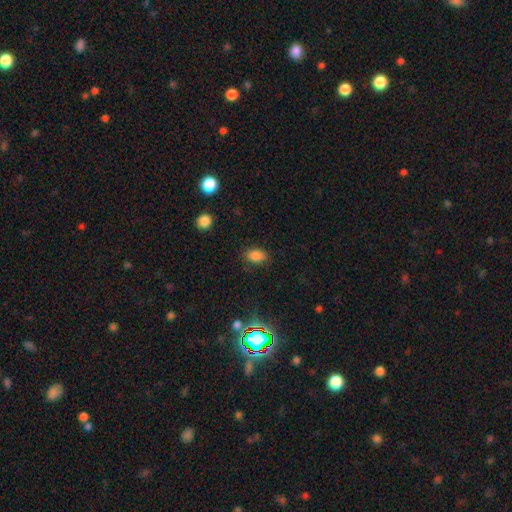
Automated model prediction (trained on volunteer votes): This is clearly a smooth galaxy (82%). How rounded: clearly in between (85%). Merging: clearly none (81%).